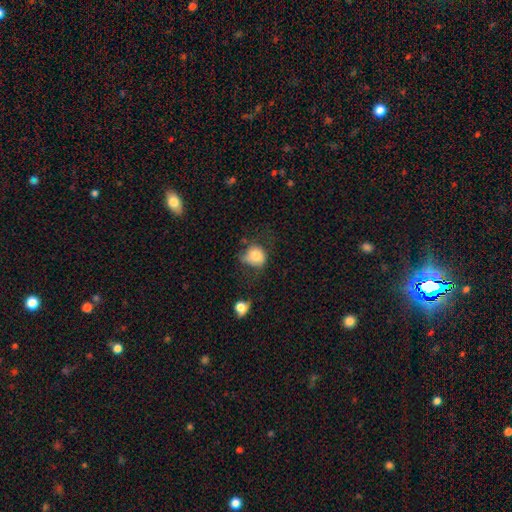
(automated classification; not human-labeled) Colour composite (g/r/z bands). It shows a smooth galaxy with no disk features (77%) that is round (67%). Merging: none (39%).